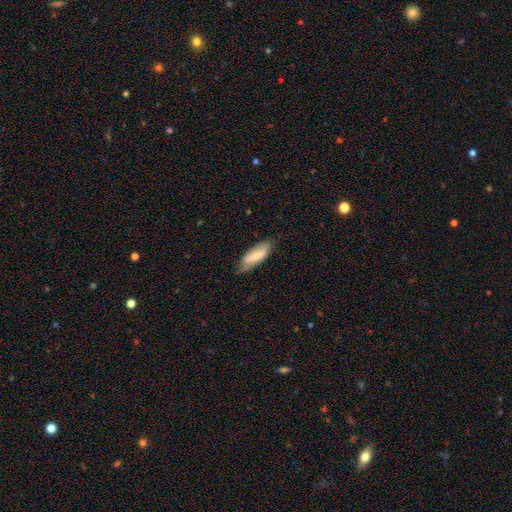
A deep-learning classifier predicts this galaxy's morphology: Q: Smooth or featured?
A: smooth (65%); runner-up: featured or disk (29%)
Q: How rounded?
A: in between (71%); runner-up: cigar-shaped (27%)
Q: Merging?
A: none (68%); runner-up: minor disturbance (25%)